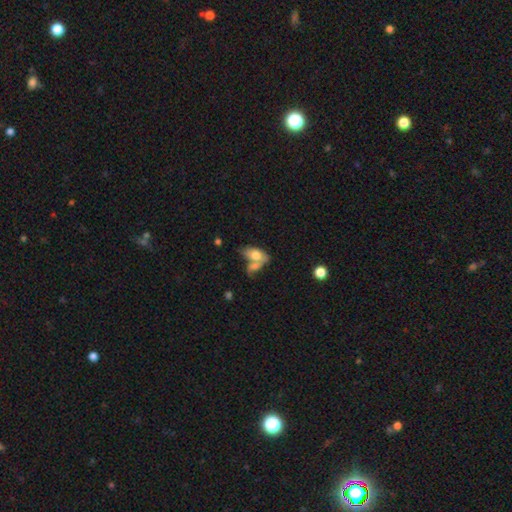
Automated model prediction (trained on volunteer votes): smooth_or_featured: smooth (p=0.71) [alt: featured or disk p=0.21]
how_rounded: in between (p=0.88) [alt: round p=0.07]
merging: merger (p=0.52) [alt: none p=0.26]